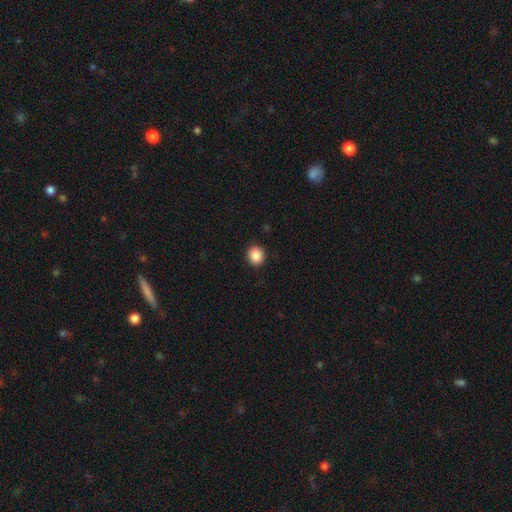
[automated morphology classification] This appears to be a smooth galaxy with no disk features (87%) that is round (79%). Merging: none (92%).